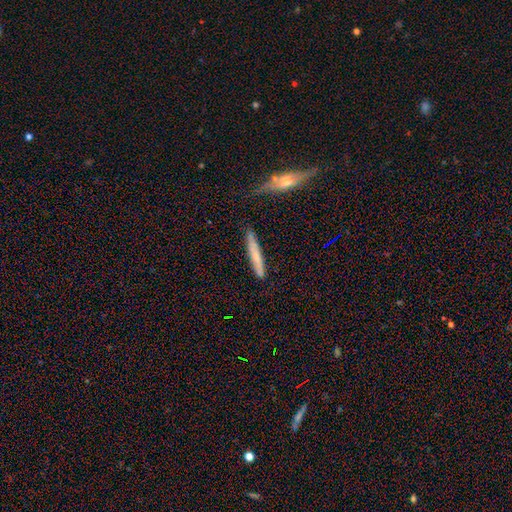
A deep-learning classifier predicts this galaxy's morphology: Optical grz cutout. It shows a smooth galaxy with no disk features (56%) that is cigar-shaped (93%). Merging: none (80%).